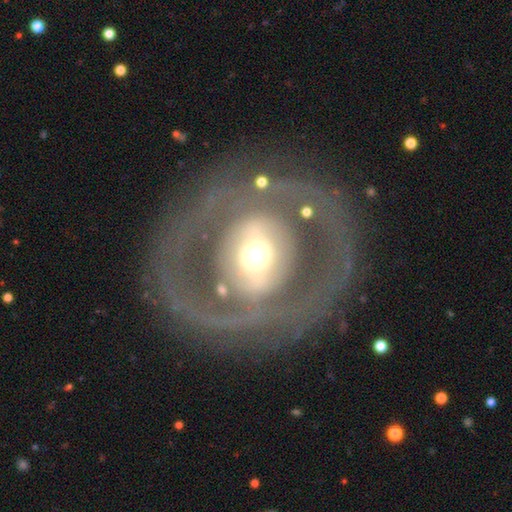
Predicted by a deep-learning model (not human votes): Smooth or featured? featured or disk (69%)
Edge-on disk? no (93%)
Bar? no (43%)
Spiral arms? no (72%)
Bulge size? moderate (58%)
Merging? none (75%)